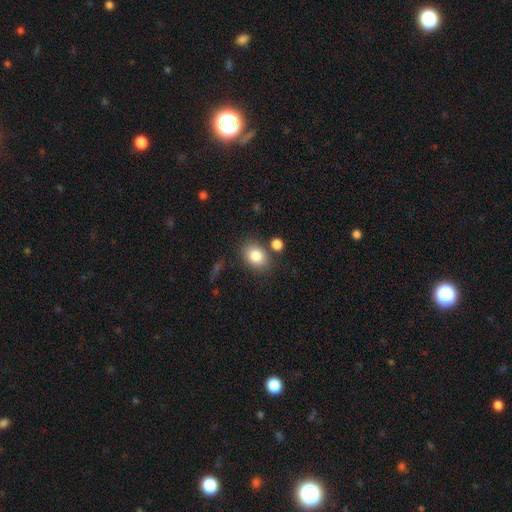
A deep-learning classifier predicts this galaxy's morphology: A smooth galaxy with no disk features (83%) that is in between round and cigar-shaped (65%).

Vote fractions:
- Smooth or featured? smooth: 83% / star or artifact: 9% / featured or disk: 8%
- How rounded? in between: 65% / round: 34% / cigar-shaped: 1%
- Merging? none: 75% / minor disturbance: 12% / merger: 9% / major disturbance: 4%